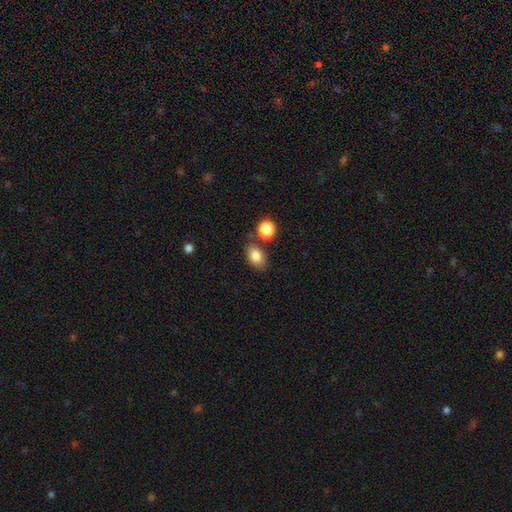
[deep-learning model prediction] Overall: smooth (84%). How rounded: in between (81%). Merging: none (74%).